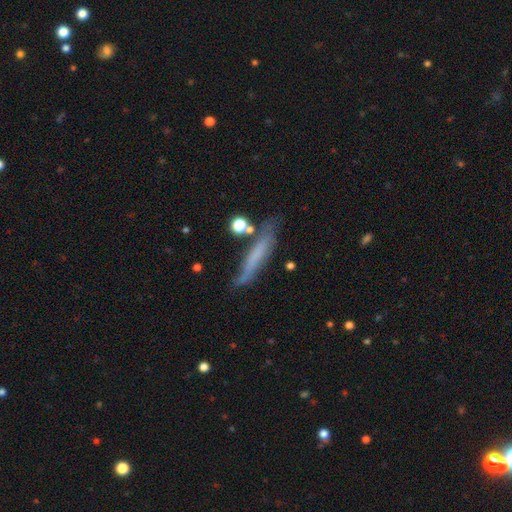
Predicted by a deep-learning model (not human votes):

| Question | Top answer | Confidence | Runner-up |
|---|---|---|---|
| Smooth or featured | smooth | 54% | featured or disk (36%) |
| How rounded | cigar-shaped | 87% | in between (10%) |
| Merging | none | 65% | minor disturbance (22%) |